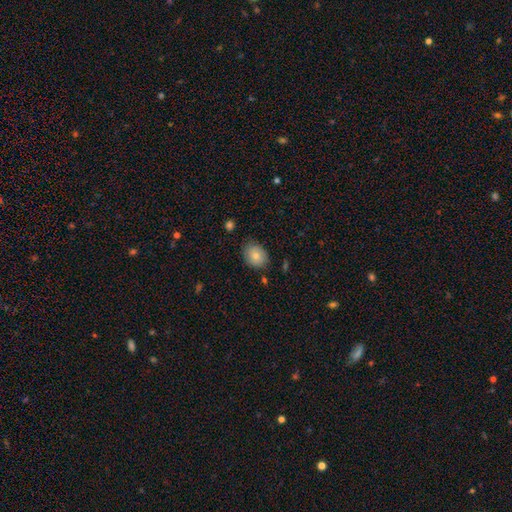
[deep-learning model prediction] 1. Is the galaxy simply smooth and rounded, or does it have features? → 82% smooth, 10% featured or disk, 8% star or artifact.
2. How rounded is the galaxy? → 56% in between, 44% round, 1% cigar-shaped.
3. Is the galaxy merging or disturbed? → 79% none, 16% minor disturbance, 3% major disturbance, 2% merger.